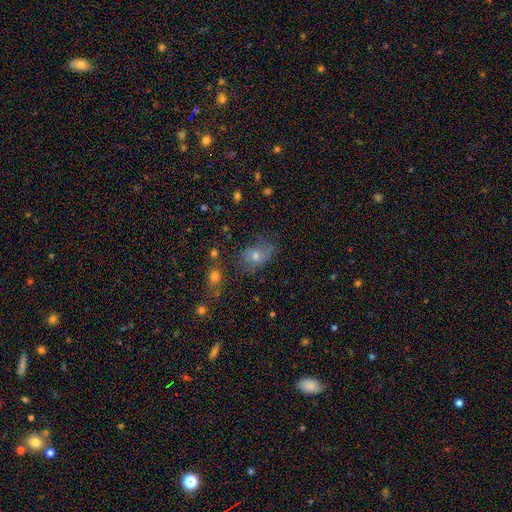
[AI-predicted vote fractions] Smooth or featured: smooth — 60% (featured or disk — 24%)
How rounded: in between — 62% (round — 36%)
Merging: none — 53% (minor disturbance — 26%)